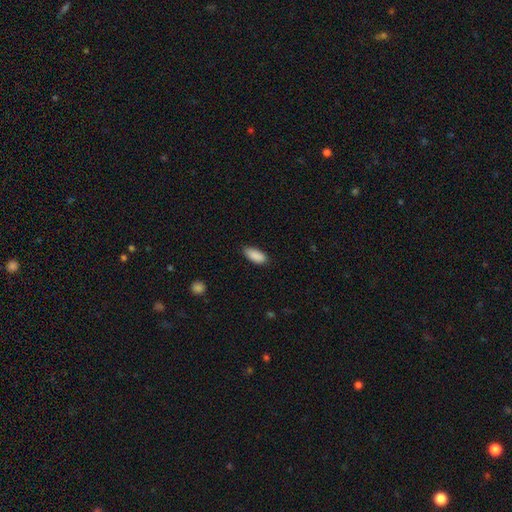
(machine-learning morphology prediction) Overall: smooth (90%). How rounded: in between (85%). Merging: none (81%).